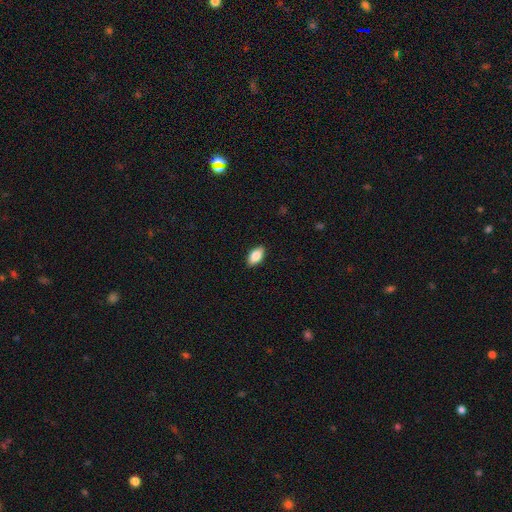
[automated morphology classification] This appears to be a smooth galaxy with no disk features (84%) that is in between round and cigar-shaped (91%). Merging: none (89%).